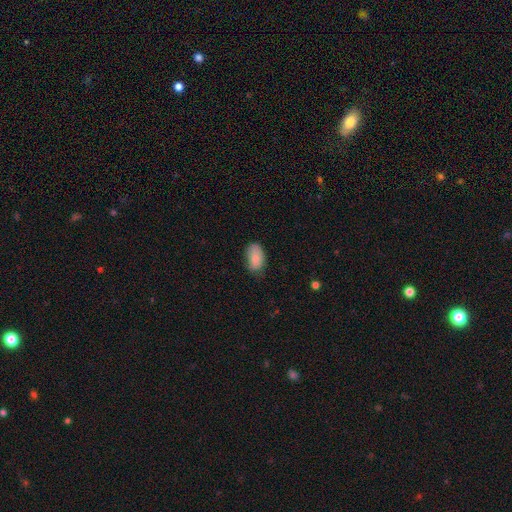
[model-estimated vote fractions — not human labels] A smooth galaxy with no disk features (83%) that is in between round and cigar-shaped (93%). Merging: none (63%).